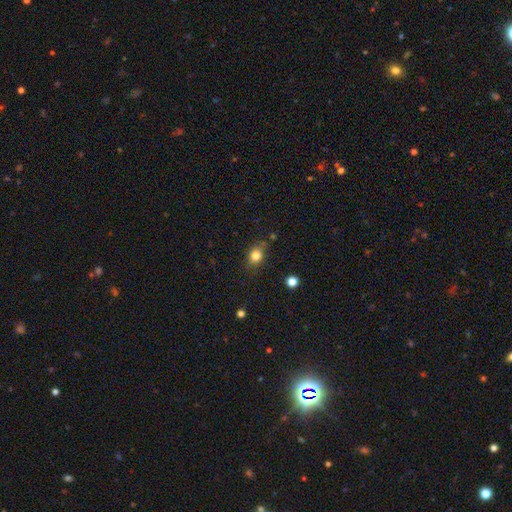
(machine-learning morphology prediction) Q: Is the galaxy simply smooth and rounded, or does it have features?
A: smooth — 82%.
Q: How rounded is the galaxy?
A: round — 52%.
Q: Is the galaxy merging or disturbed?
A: none — 76%.